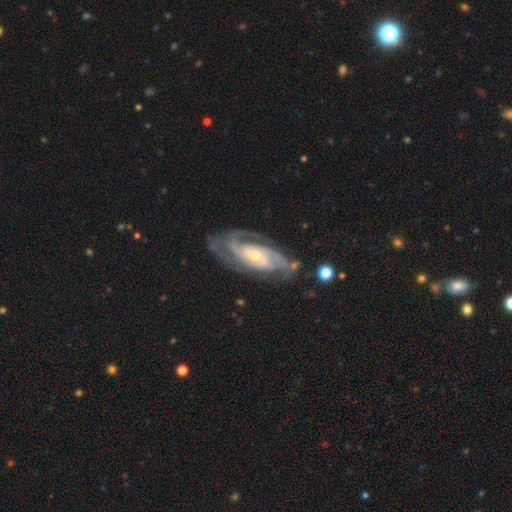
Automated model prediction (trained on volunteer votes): Smooth or featured: featured or disk — 90% (smooth — 5%)
Edge-on disk: no — 94% (yes — 6%)
Bar: no — 59% (weak — 29%)
Spiral arms: yes — 97% (no — 3%)
Spiral winding: tight — 59% (medium — 35%)
Spiral arm count: 2 — 36% (3 — 29%)
Bulge size: small — 61% (moderate — 34%)
Merging: none — 70% (minor disturbance — 19%)